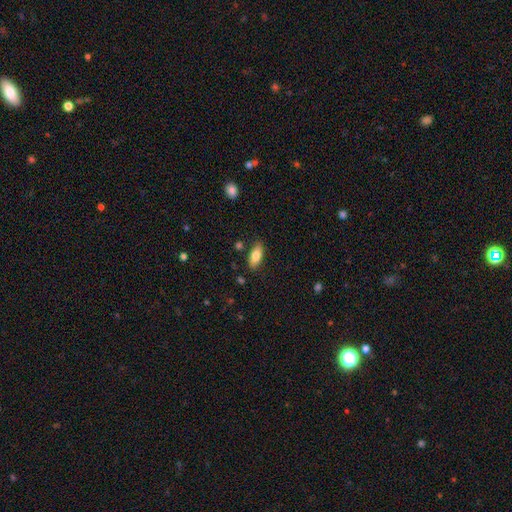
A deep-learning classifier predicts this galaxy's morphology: type=smooth (81%); roundness=in between (85%); merging=none (83%).